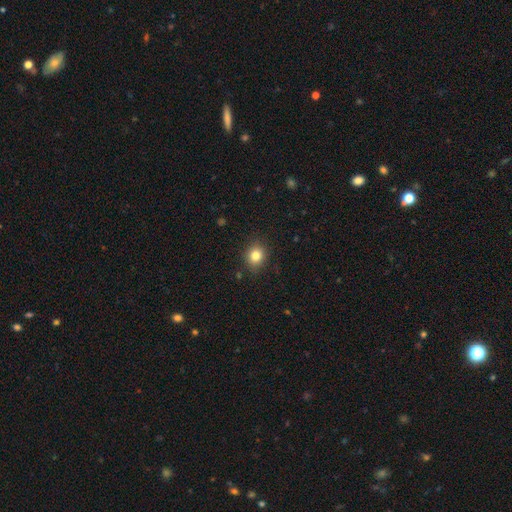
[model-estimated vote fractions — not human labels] Overall: smooth (82%). How rounded: round (74%). Merging: none (86%).